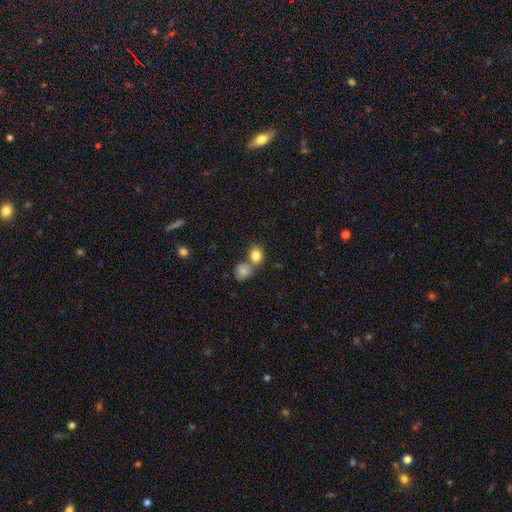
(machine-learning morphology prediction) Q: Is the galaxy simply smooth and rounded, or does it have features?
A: smooth — 83%.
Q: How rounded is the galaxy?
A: round — 71%.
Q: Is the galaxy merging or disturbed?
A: none — 51%.